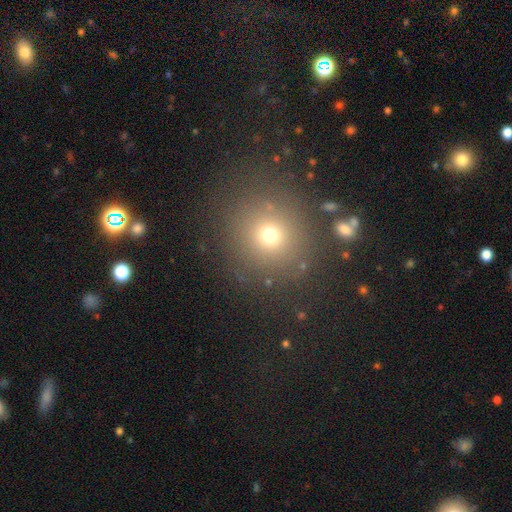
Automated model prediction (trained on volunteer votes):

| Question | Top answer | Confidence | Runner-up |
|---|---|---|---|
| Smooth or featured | smooth | 63% | star or artifact (26%) |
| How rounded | round | 90% | in between (9%) |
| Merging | none | 83% | minor disturbance (8%) |